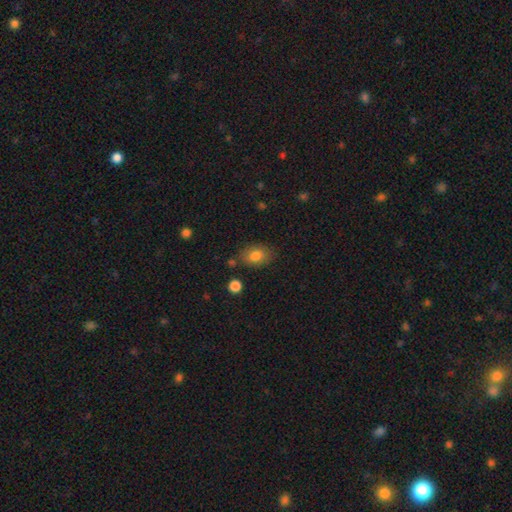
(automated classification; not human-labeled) Smooth or featured? smooth (81%)
How rounded? in between (73%)
Merging? none (78%)